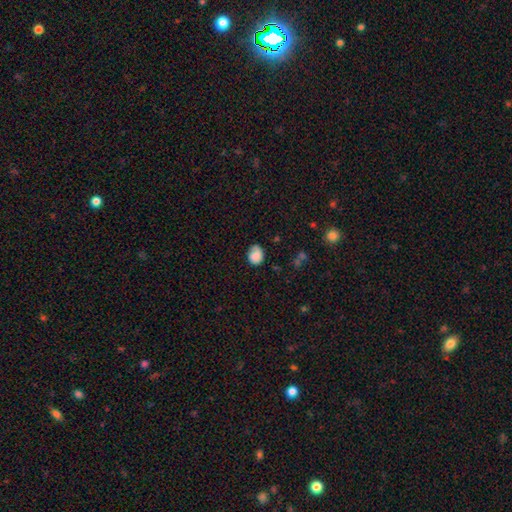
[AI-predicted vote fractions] smooth-or-featured: smooth: 81% | featured or disk: 10% | star or artifact: 8%
  how-rounded: round: 52% | in between: 47% | cigar-shaped: 1%
  merging: none: 57% | minor disturbance: 31% | major disturbance: 9% | merger: 3%